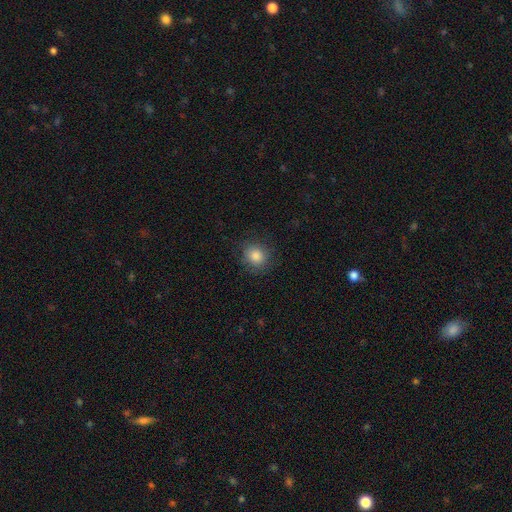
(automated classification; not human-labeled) Smooth or featured: smooth — 85% (star or artifact — 10%)
How rounded: round — 86% (in between — 13%)
Merging: none — 85% (minor disturbance — 11%)